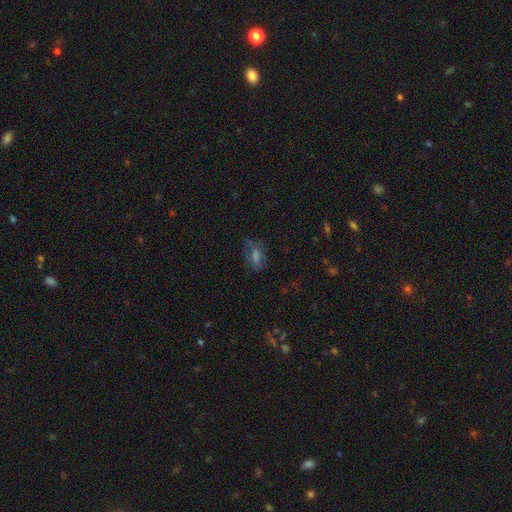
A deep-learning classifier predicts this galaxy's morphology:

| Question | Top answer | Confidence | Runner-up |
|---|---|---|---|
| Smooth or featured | smooth | 46% | featured or disk (29%) |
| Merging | none | 64% | minor disturbance (21%) |